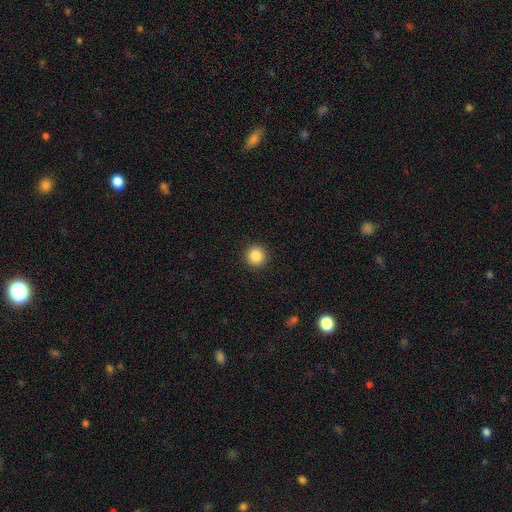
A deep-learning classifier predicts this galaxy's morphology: Smooth or featured? smooth (87%)
How rounded? round (96%)
Merging? none (93%)